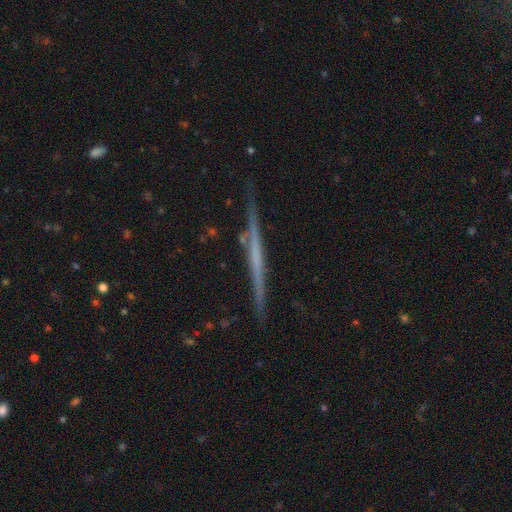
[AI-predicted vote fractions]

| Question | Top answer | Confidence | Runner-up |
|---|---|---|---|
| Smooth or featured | featured or disk | 67% | smooth (27%) |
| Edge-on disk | yes | 98% | no (2%) |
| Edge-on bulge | none | 85% | rounded (9%) |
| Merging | none | 86% | minor disturbance (10%) |